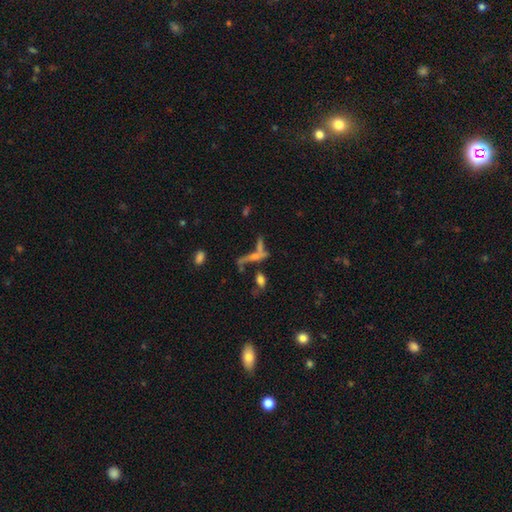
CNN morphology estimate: A featured or disk galaxy (50%) viewed edge-on (53%). Merging: none (40%).